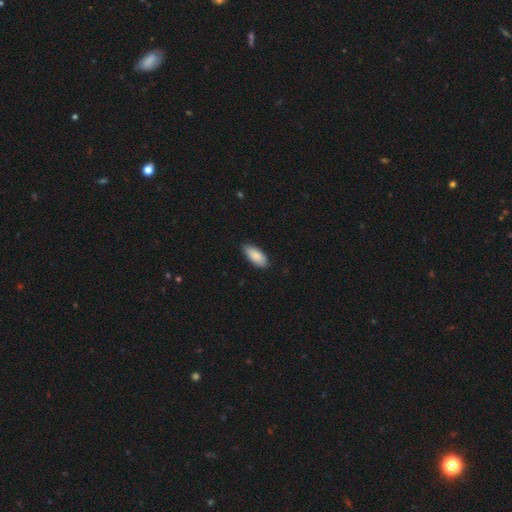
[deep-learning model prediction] A smooth galaxy with no disk features (88%) that is in between round and cigar-shaped (89%).

Vote fractions:
- Smooth or featured? smooth: 88% / featured or disk: 6% / star or artifact: 6%
- How rounded? in between: 89% / cigar-shaped: 10% / round: 2%
- Merging? none: 84% / minor disturbance: 13% / major disturbance: 2% / merger: 1%